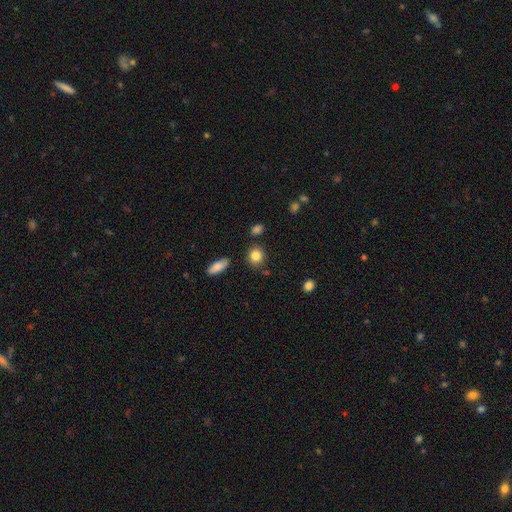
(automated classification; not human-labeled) Smooth or featured? Predicted: smooth (p=0.84). How rounded? Predicted: round (p=0.77). Merging? Predicted: none (p=0.81).